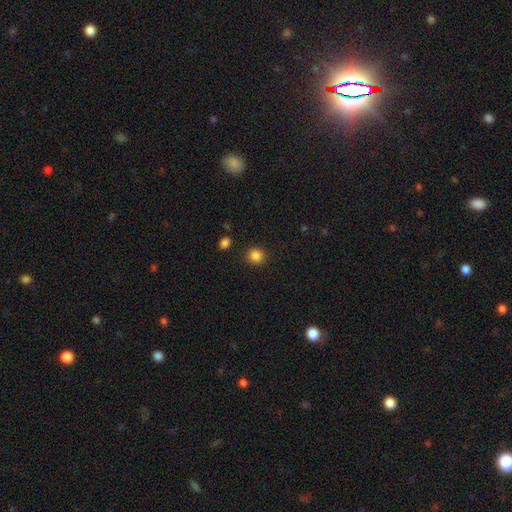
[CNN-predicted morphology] A smooth galaxy with no disk features (86%) that is round (91%).

Vote fractions:
- Smooth or featured? smooth: 86% / star or artifact: 11% / featured or disk: 3%
- How rounded? round: 91% / in between: 8% / cigar-shaped: 1%
- Merging? none: 90% / minor disturbance: 6% / major disturbance: 2% / merger: 2%